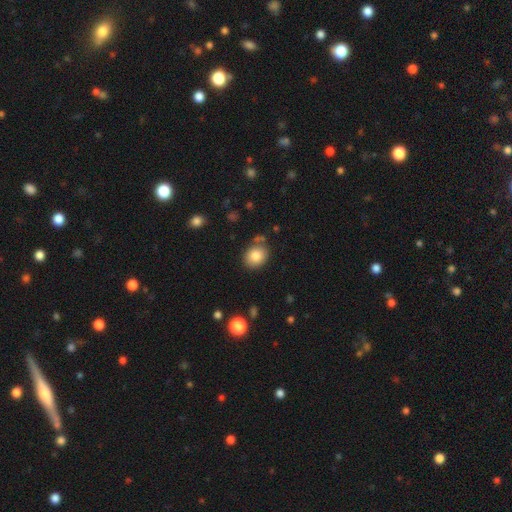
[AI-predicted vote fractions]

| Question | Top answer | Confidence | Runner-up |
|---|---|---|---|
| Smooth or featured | smooth | 83% | star or artifact (10%) |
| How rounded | round | 67% | in between (32%) |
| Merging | none | 78% | minor disturbance (12%) |